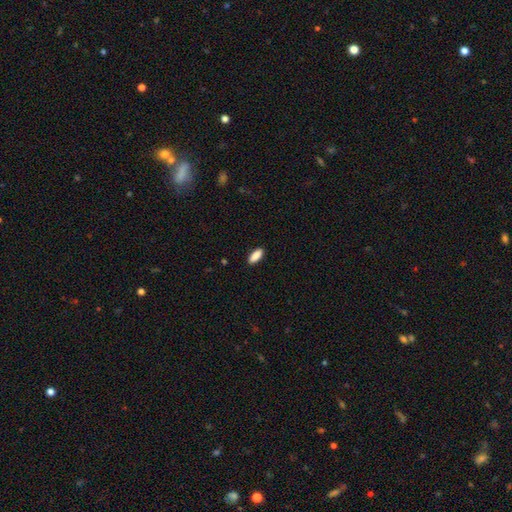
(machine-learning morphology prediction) A smooth galaxy with no disk features (89%) that is in between round and cigar-shaped (79%). Merging: none (89%).